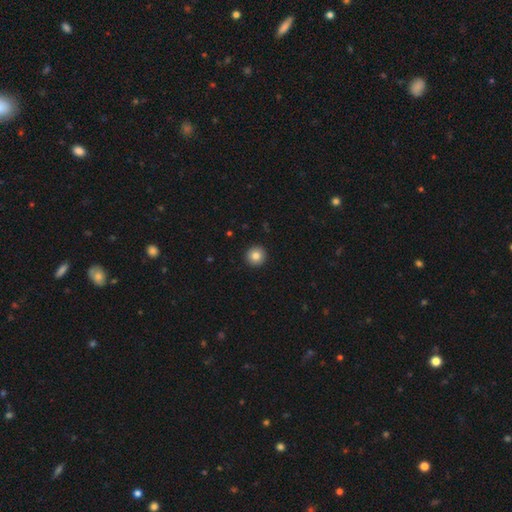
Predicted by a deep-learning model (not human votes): A smooth galaxy with no disk features (83%) that is round (96%). Merging: none (94%).